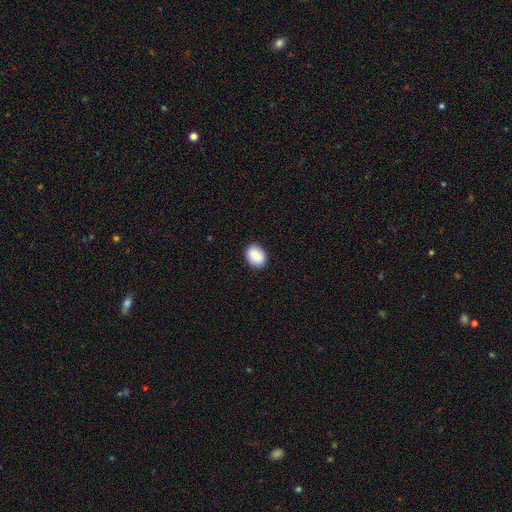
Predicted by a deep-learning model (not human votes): Smooth or featured: smooth — 90% (star or artifact — 7%)
How rounded: in between — 59% (round — 40%)
Merging: none — 88% (minor disturbance — 9%)